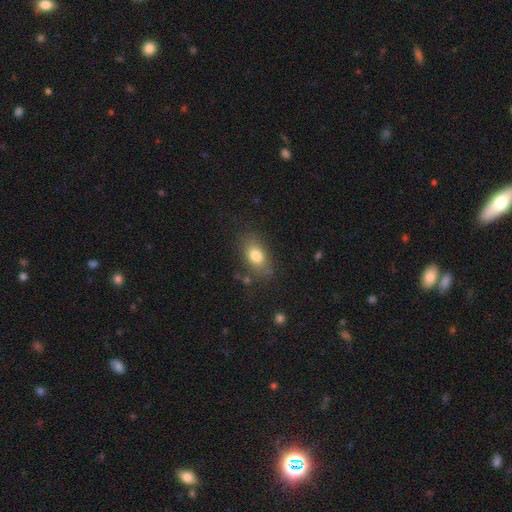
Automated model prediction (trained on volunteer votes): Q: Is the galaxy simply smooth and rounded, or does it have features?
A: smooth — 79%.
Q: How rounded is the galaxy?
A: in between — 86%.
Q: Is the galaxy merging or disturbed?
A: none — 76%.